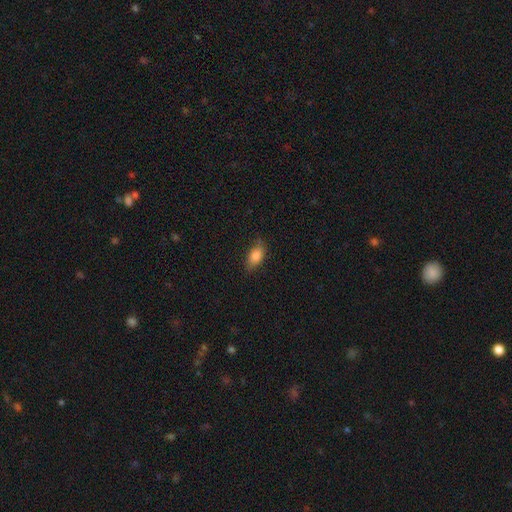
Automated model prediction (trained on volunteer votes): Overall: smooth (84%). How rounded: in between (88%). Merging: none (72%).